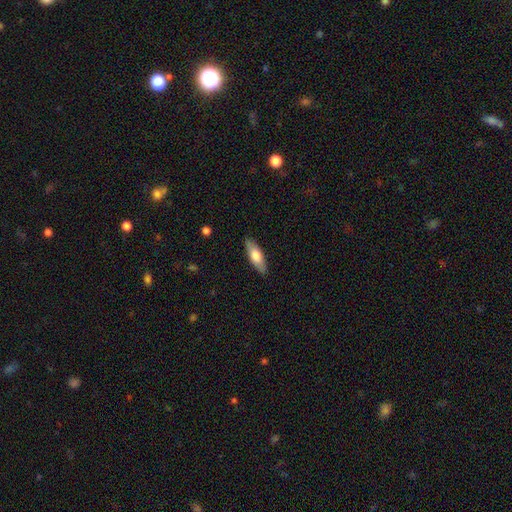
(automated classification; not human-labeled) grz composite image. It shows a smooth galaxy with no disk features (69%) that is in between round and cigar-shaped (64%). Merging: none (87%).